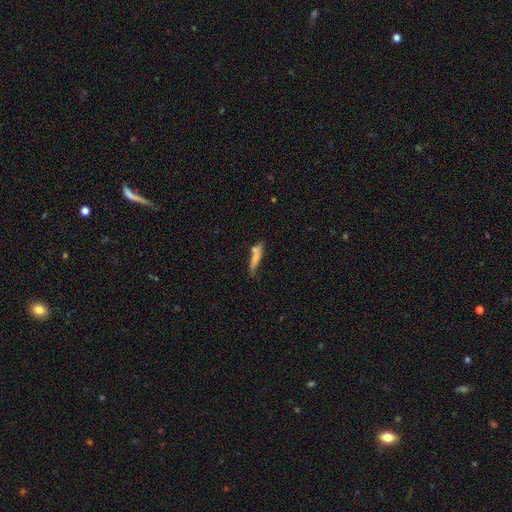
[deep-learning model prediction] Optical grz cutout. It shows a smooth galaxy with no disk features (69%) that is cigar-shaped (77%). Merging: none (45%).